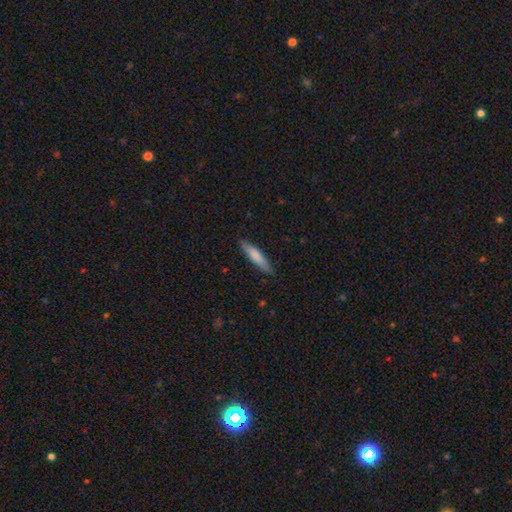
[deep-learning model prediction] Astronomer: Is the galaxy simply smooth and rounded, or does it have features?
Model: smooth — 77%.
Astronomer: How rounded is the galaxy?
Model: cigar-shaped — 80%.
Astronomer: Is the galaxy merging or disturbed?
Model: none — 81%.